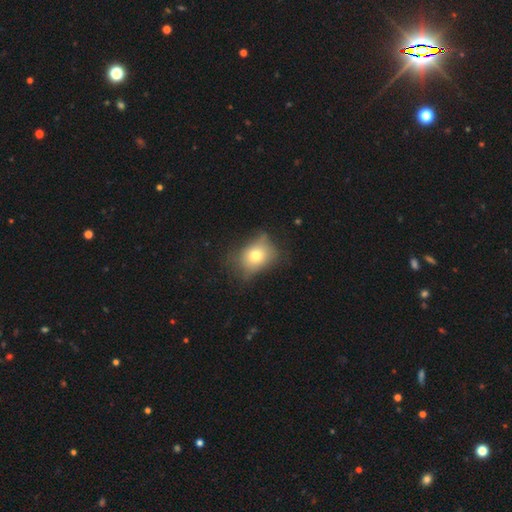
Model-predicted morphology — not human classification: Smooth or featured?
  - smooth: 68% *
  - featured or disk: 20%
  - star or artifact: 12%
How rounded?
  - in between: 53% *
  - round: 45%
  - cigar-shaped: 1%
Merging?
  - none: 53% *
  - minor disturbance: 31%
  - major disturbance: 14%
  - merger: 2%